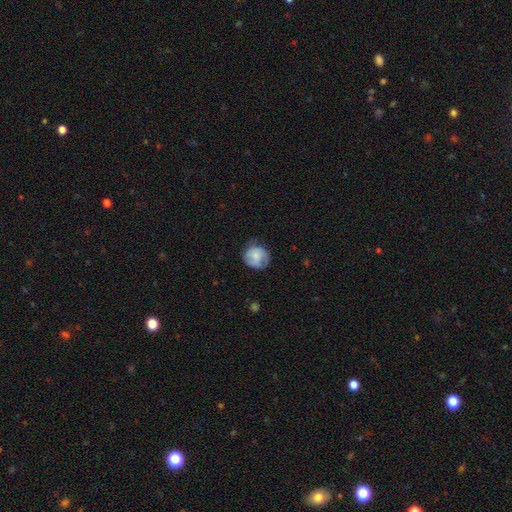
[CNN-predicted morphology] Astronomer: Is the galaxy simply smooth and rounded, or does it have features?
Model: smooth — 63%.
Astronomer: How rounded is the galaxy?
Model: round — 82%.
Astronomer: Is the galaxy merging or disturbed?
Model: none — 63%.